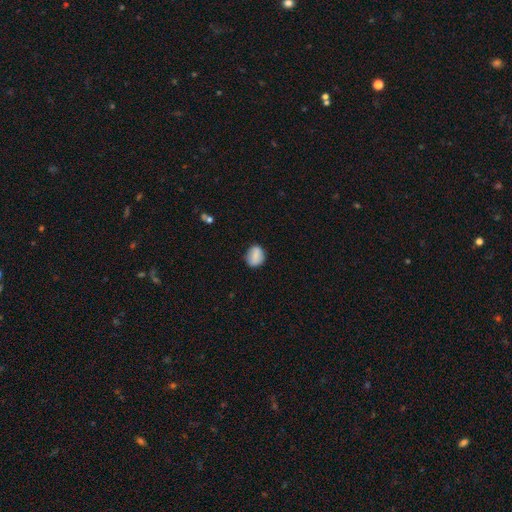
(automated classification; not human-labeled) A smooth galaxy with no disk features (81%) that is round (52%).

Vote fractions:
- Smooth or featured? smooth: 81% / featured or disk: 11% / star or artifact: 8%
- How rounded? round: 52% / in between: 47% / cigar-shaped: 1%
- Merging? none: 82% / minor disturbance: 14% / major disturbance: 3% / merger: 1%